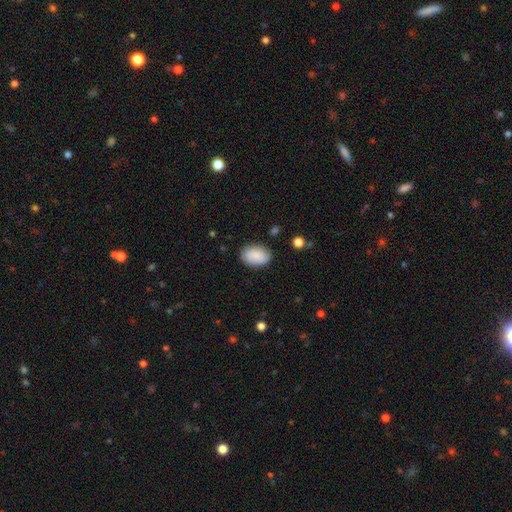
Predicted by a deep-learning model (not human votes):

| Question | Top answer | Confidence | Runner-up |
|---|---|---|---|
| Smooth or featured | smooth | 81% | featured or disk (12%) |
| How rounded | in between | 87% | round (12%) |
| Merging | none | 83% | minor disturbance (13%) |